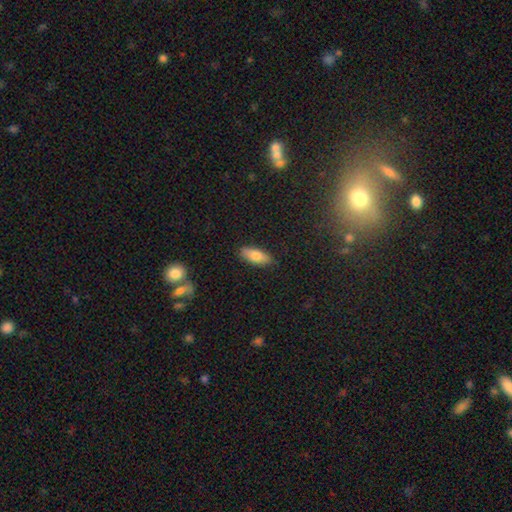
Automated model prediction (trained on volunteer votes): Morphology: type=smooth (79%); roundness=in between (78%); merging=none (87%).